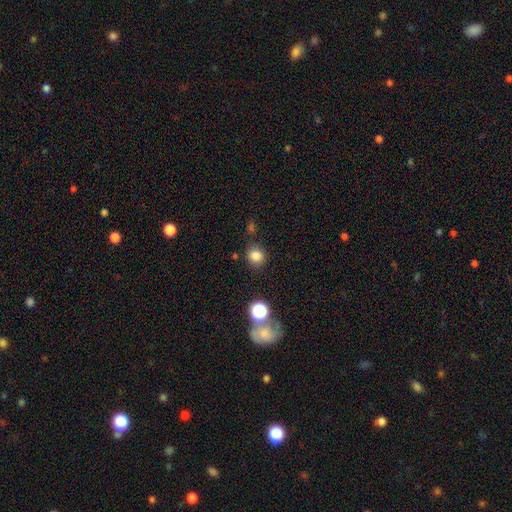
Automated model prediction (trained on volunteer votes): This is clearly a smooth galaxy (81%). How rounded: clearly round (85%). Merging: clearly none (84%).